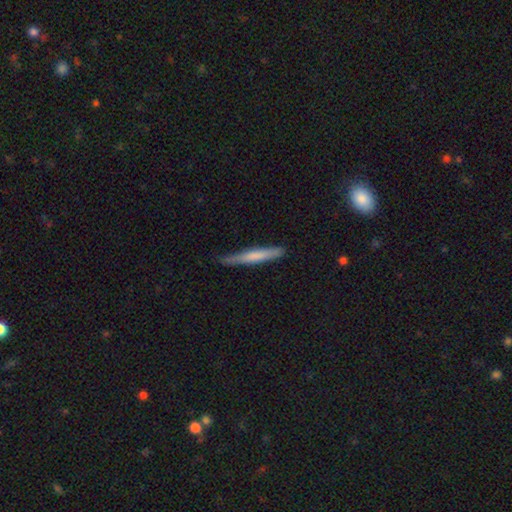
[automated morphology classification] A smooth galaxy with no disk features (65%) that is cigar-shaped (95%).

Vote fractions:
- Smooth or featured? smooth: 65% / featured or disk: 29% / star or artifact: 5%
- How rounded? cigar-shaped: 95% / in between: 4% / round: 1%
- Merging? none: 74% / minor disturbance: 21% / major disturbance: 3% / merger: 2%